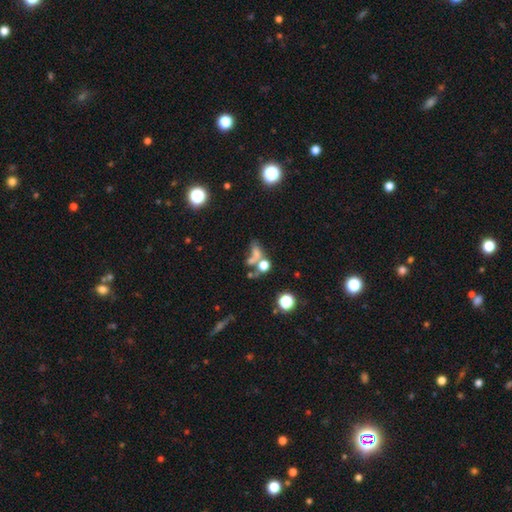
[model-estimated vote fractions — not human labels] Morphology: type=smooth (54%); roundness=in between (49%); merging=merger (45%).